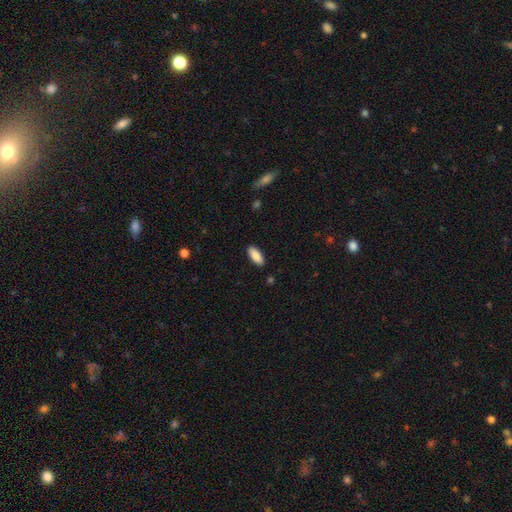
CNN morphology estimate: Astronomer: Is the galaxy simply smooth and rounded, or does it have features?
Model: smooth — 88%.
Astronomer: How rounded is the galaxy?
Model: in between — 83%.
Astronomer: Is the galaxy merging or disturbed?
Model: none — 89%.